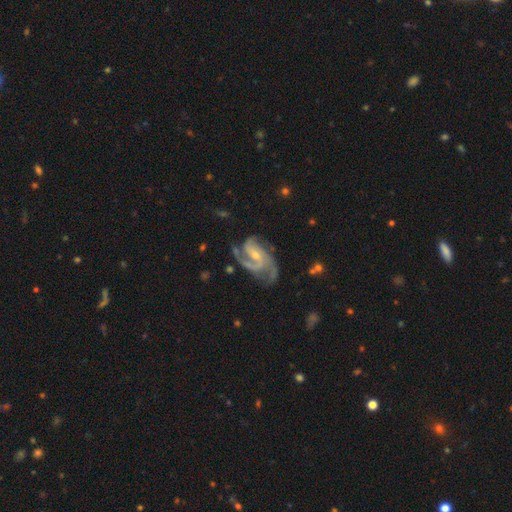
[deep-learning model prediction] This is clearly a featured or disk galaxy (91%). It is clearly not viewed edge-on (98%). Bar: marginally no (42%). Spiral arm pattern: clearly yes (98%). Spiral arm count: possibly 3 (46%). Spiral winding: possibly medium (54%). Central bulge: likely small (66%). Merging: possibly none (57%).